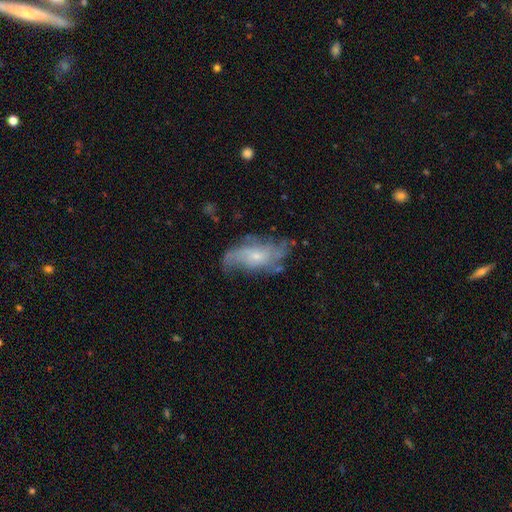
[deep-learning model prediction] Smooth or featured: featured or disk — 68% (smooth — 24%)
Edge-on disk: no — 91% (yes — 9%)
Bar: no — 74% (weak — 22%)
Spiral arms: yes — 80% (no — 20%)
Bulge size: small — 69% (moderate — 24%)
Merging: none — 56% (minor disturbance — 26%)